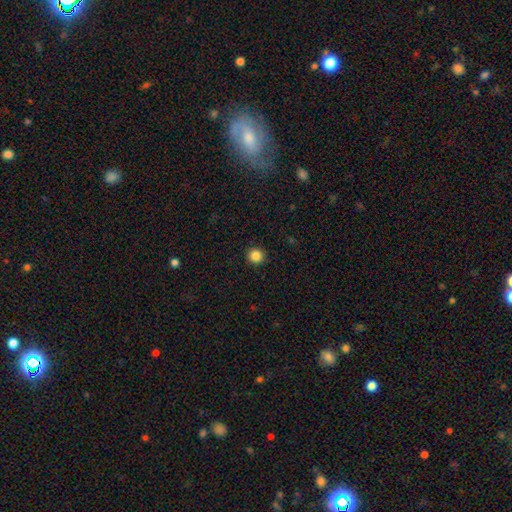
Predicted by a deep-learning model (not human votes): A smooth galaxy with no disk features (85%) that is round (95%). Merging: none (93%).